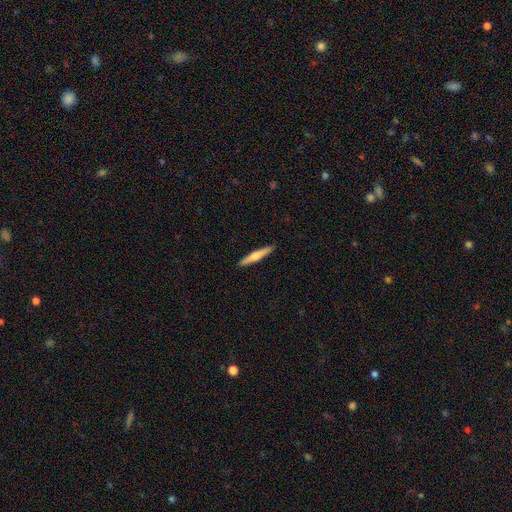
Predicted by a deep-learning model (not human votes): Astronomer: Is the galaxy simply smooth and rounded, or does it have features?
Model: smooth — 54% (runner-up: featured or disk, 41%).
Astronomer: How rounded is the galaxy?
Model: cigar-shaped — 93%.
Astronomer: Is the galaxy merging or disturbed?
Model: none — 92%.